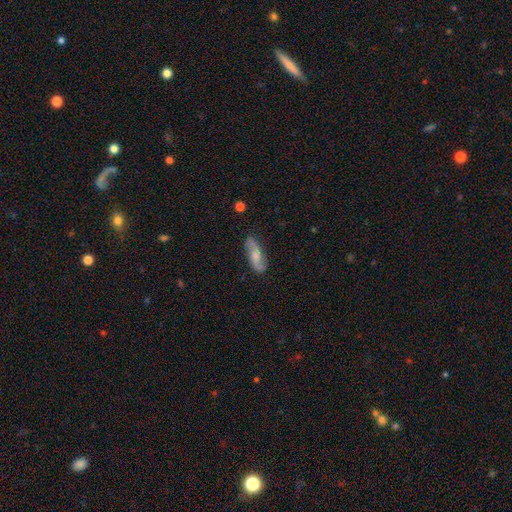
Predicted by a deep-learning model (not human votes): This appears to be a featured or disk galaxy (57%) with no bar (55%), spiral arms (92%) and a moderate central bulge (43%). Merging: none (80%).